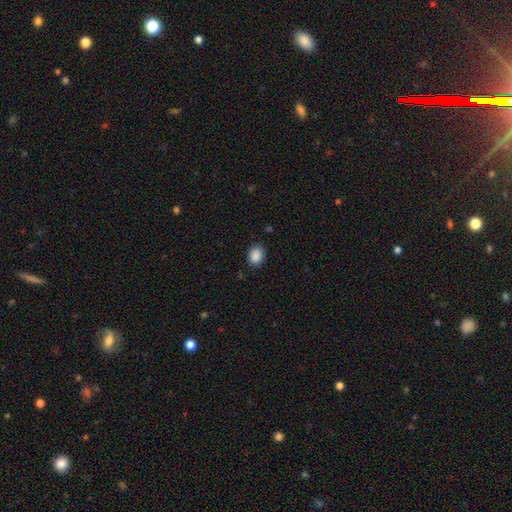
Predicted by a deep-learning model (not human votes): This appears to be a smooth galaxy with no disk features (89%) that is in between round and cigar-shaped (64%). Merging: none (84%).